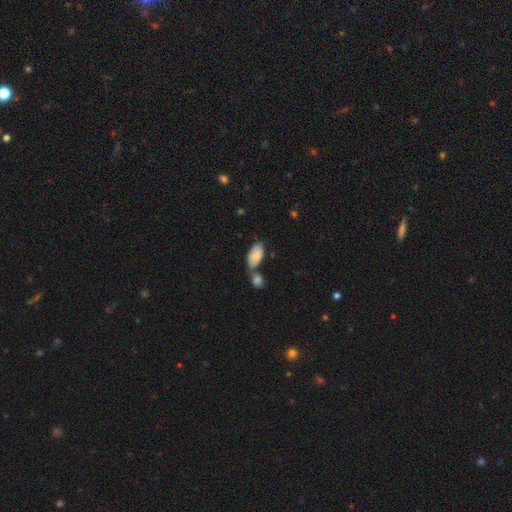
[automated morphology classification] type=smooth (78%); roundness=in between (92%); merging=merger (41%).